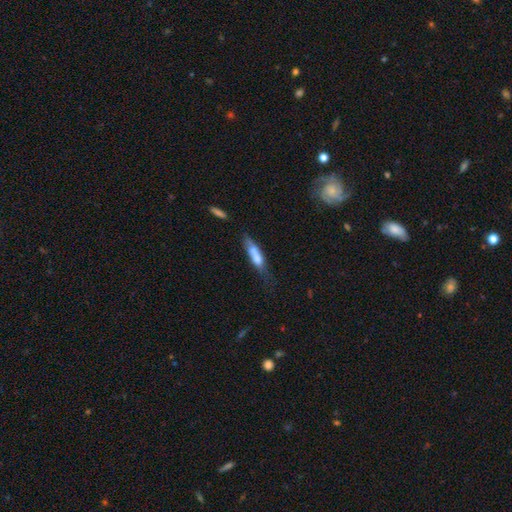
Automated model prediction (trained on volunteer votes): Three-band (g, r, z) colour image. It shows a smooth galaxy with no disk features (57%) that is cigar-shaped (64%). Merging: merger (35%, tied with none).